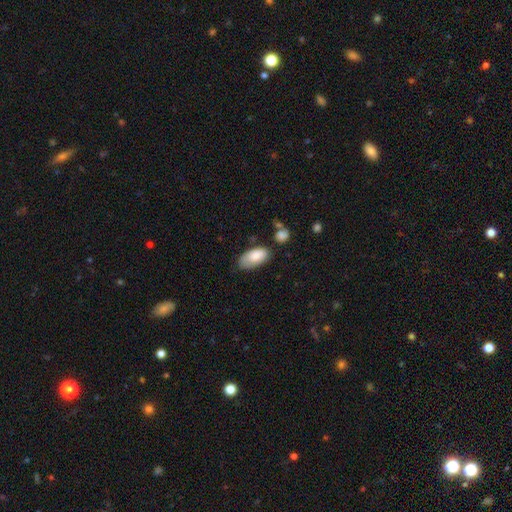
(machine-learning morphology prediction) smooth-or-featured: smooth: 83% | featured or disk: 11% | star or artifact: 6%
  how-rounded: in between: 94% | cigar-shaped: 4% | round: 2%
  merging: none: 59% | minor disturbance: 29% | major disturbance: 7% | merger: 5%